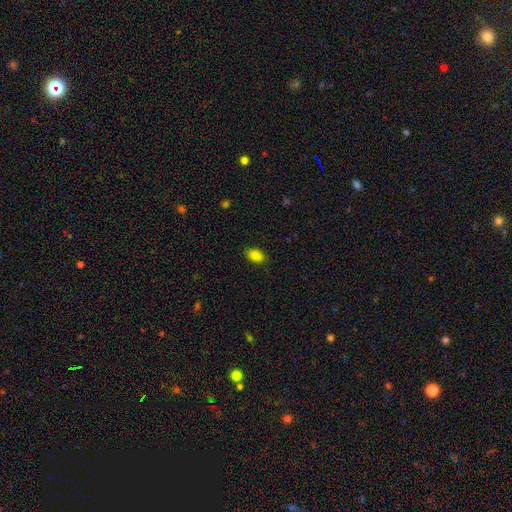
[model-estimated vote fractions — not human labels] Overall: smooth (87%). How rounded: in between (87%). Merging: none (86%).